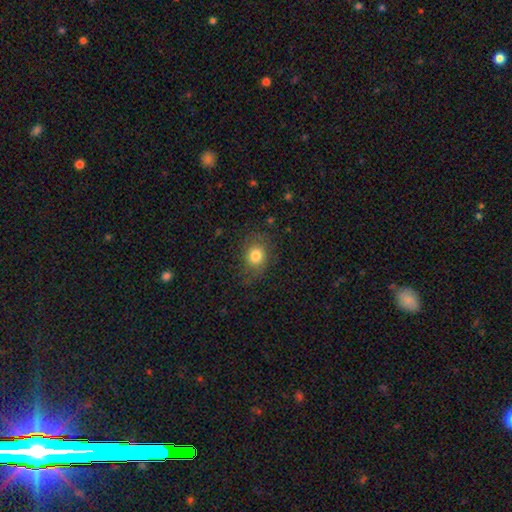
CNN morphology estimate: This appears to be a smooth galaxy with no disk features (79%) that is round (59%). Merging: none (72%).